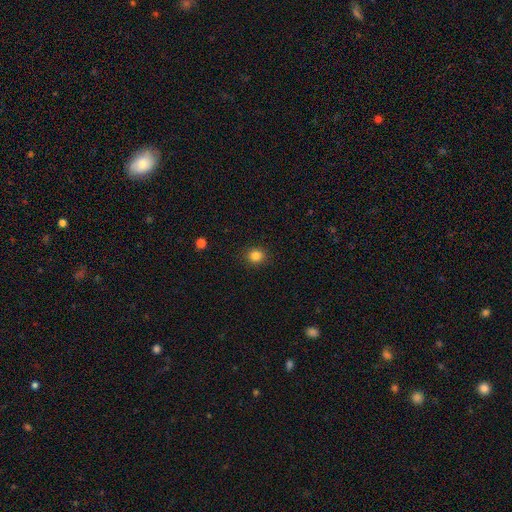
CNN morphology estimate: type=smooth (84%); roundness=round (83%); merging=none (90%).